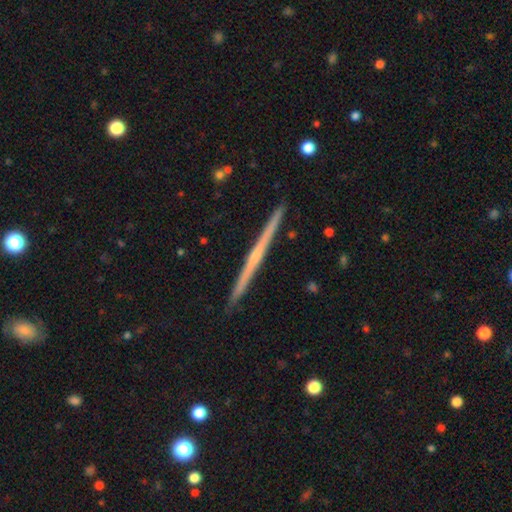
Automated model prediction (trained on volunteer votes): Overall: featured or disk (74%). Edge-on disk: yes (99%). Edge-on bulge: none (55%; rounded 40%). Merging: none (93%).